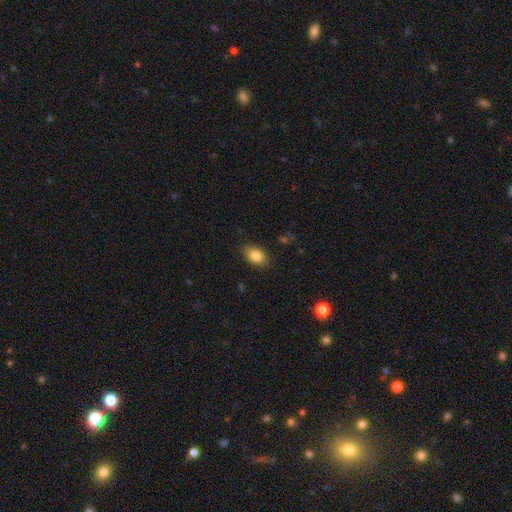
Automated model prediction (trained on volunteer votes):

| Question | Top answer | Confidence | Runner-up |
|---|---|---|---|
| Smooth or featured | smooth | 85% | star or artifact (8%) |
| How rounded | in between | 83% | round (15%) |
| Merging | none | 83% | minor disturbance (13%) |